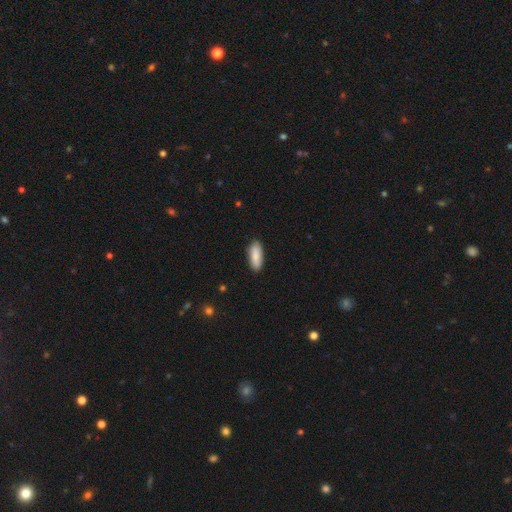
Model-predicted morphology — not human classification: Smooth or featured: smooth — 86% (featured or disk — 8%)
How rounded: in between — 69% (cigar-shaped — 29%)
Merging: none — 87% (minor disturbance — 10%)